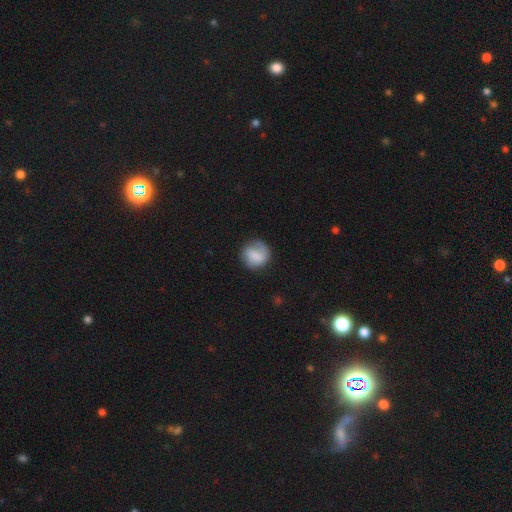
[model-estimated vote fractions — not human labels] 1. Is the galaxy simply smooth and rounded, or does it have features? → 70% smooth, 22% featured or disk, 7% star or artifact.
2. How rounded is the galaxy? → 77% round, 22% in between, 1% cigar-shaped.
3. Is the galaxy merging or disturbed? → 59% none, 25% minor disturbance, 14% major disturbance, 2% merger.